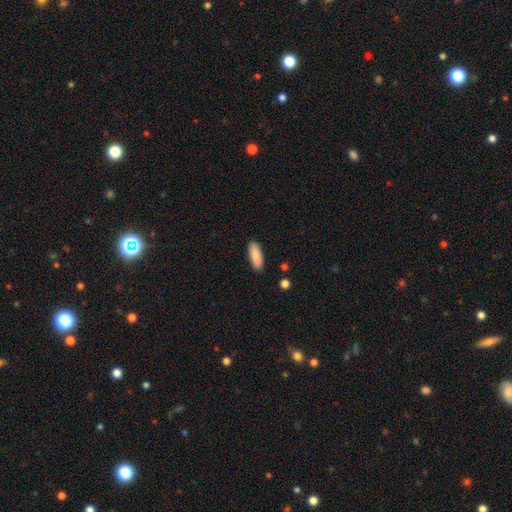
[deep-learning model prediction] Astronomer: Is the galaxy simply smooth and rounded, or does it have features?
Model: smooth — 89%.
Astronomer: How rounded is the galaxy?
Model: in between — 62%.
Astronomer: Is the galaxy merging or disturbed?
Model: none — 88%.